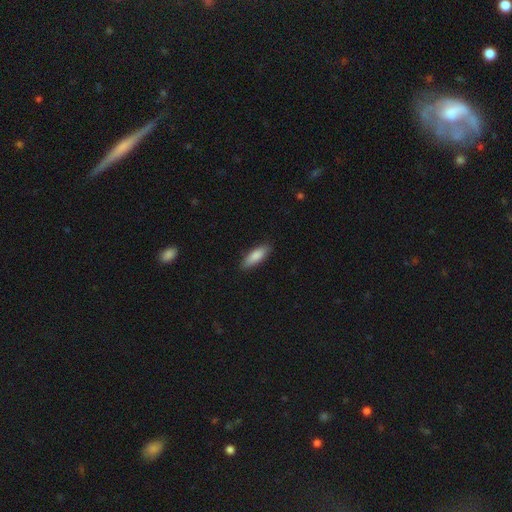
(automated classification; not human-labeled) Overall: smooth (85%). How rounded: in between (54%; cigar-shaped 44%). Merging: none (86%).